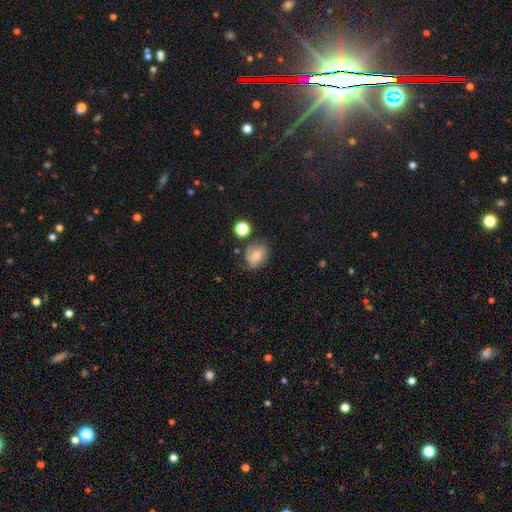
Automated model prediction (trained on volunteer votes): A smooth galaxy with no disk features (56%) that is in between round and cigar-shaped (57%).

Vote fractions:
- Smooth or featured? smooth: 56% / featured or disk: 32% / star or artifact: 12%
- How rounded? in between: 57% / round: 41% / cigar-shaped: 1%
- Merging? none: 57% / minor disturbance: 27% / major disturbance: 10% / merger: 6%